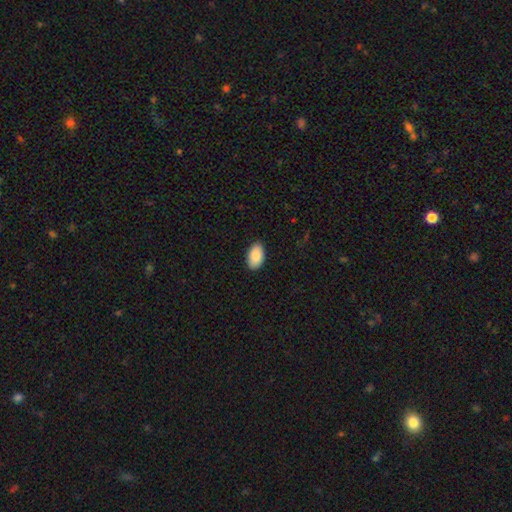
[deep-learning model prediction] This appears to be a smooth galaxy with no disk features (87%) that is in between round and cigar-shaped (95%). Merging: none (89%).